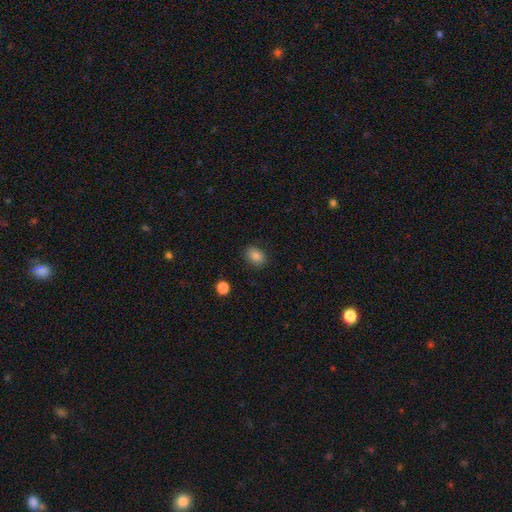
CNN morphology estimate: smooth 84%, star or artifact 10%, featured or disk 6%. Down the decision tree: how rounded — in between (66%); merging — none (87%).